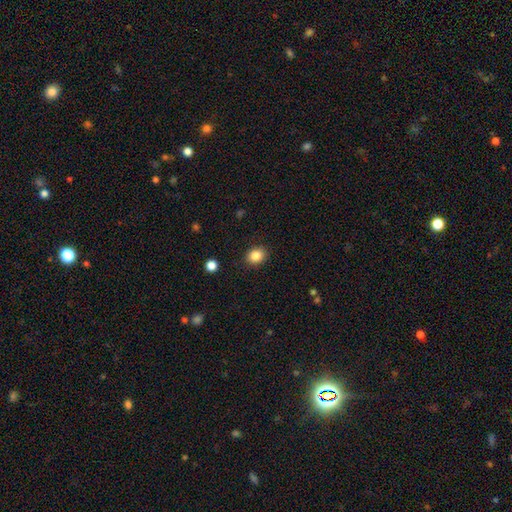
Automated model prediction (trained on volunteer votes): Smooth or featured? Predicted: smooth (p=0.85). How rounded? Predicted: round (p=0.54). Merging? Predicted: none (p=0.88).